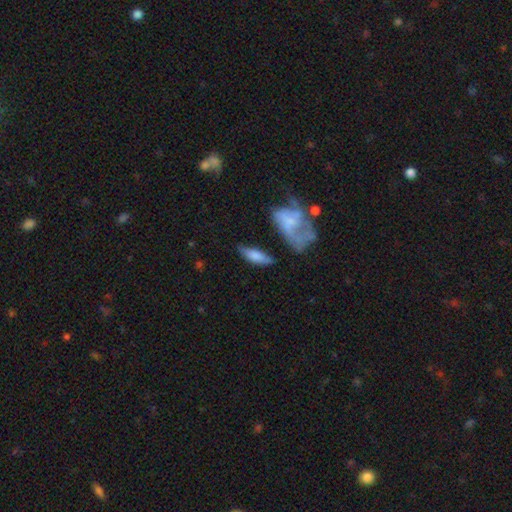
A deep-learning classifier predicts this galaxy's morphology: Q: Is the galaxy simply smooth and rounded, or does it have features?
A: smooth — 67%.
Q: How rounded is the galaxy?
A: in between — 54%.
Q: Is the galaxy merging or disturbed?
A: none — 61%.